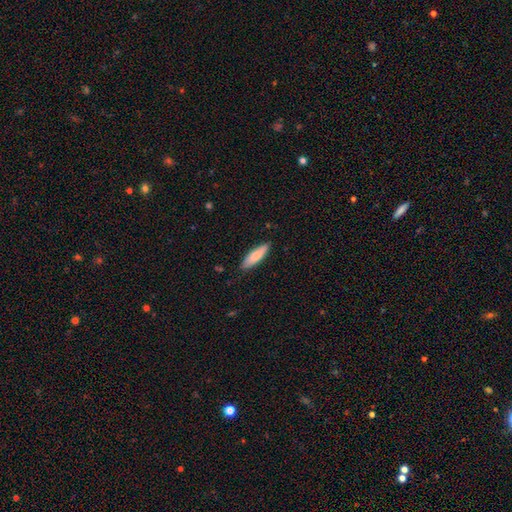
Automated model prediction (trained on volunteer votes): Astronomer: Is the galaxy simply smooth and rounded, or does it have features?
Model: smooth — 80%.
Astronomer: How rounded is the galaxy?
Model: cigar-shaped — 56% (runner-up: in between, 43%).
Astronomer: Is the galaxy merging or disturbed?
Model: none — 86%.